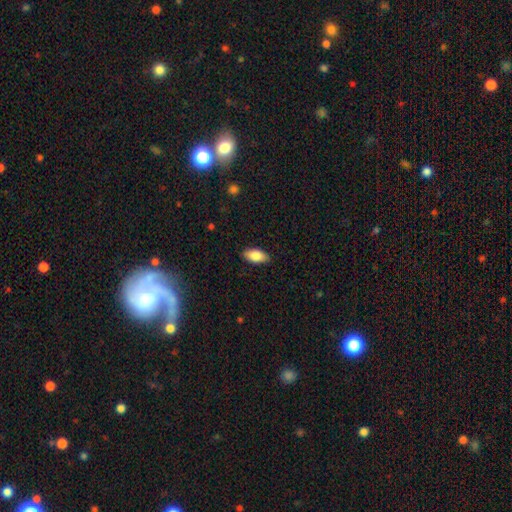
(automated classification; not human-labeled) A smooth galaxy with no disk features (82%) that is in between round and cigar-shaped (91%). Merging: none (87%).